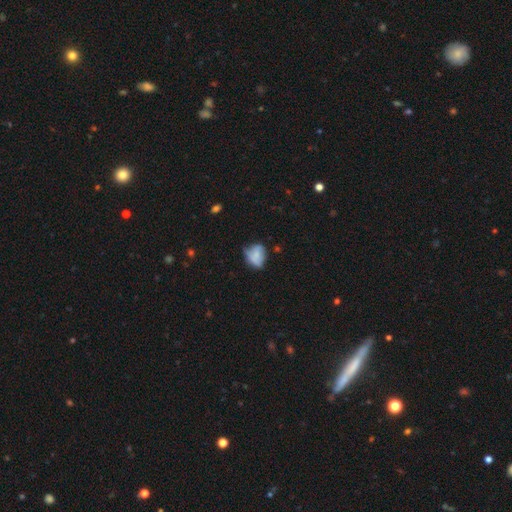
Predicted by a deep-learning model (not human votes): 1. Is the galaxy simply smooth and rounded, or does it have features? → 65% smooth, 25% featured or disk, 10% star or artifact.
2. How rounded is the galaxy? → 56% in between, 42% round, 2% cigar-shaped.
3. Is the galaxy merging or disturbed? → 40% none, 39% minor disturbance, 16% major disturbance, 5% merger.